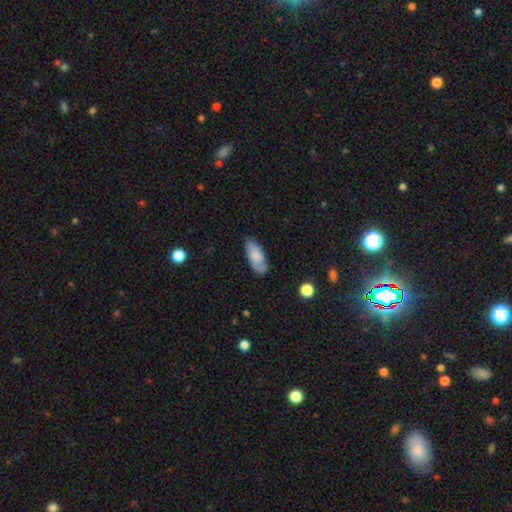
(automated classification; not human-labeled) Smooth or featured: smooth — 79% (featured or disk — 15%)
How rounded: in between — 81% (cigar-shaped — 17%)
Merging: none — 76% (minor disturbance — 18%)